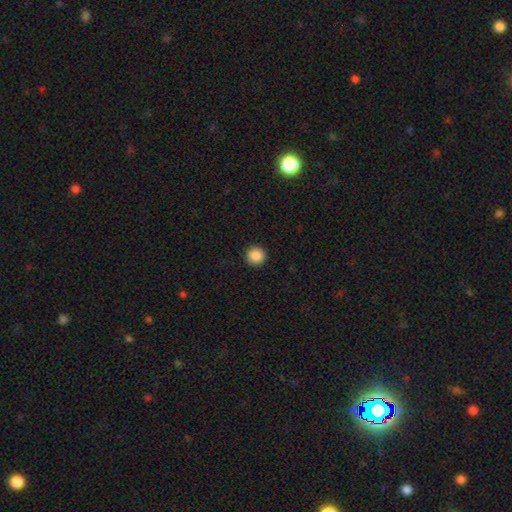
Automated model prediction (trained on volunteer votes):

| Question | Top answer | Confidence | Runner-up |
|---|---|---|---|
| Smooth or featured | smooth | 88% | star or artifact (9%) |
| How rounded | round | 95% | in between (4%) |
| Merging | none | 93% | minor disturbance (4%) |